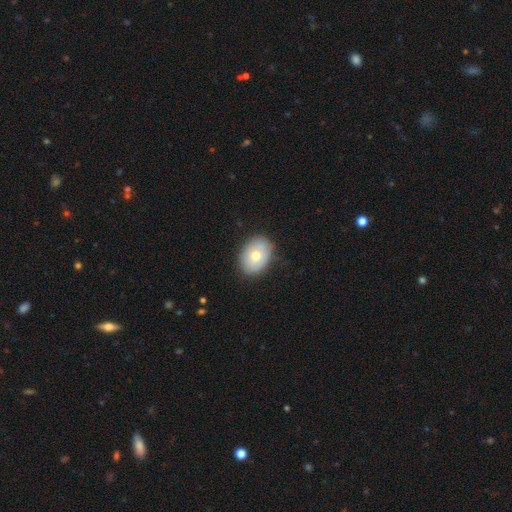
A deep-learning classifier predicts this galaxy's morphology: A smooth galaxy with no disk features (67%) that is in between round and cigar-shaped (70%).

Vote fractions:
- Smooth or featured? smooth: 67% / featured or disk: 26% / star or artifact: 8%
- How rounded? in between: 70% / round: 29% / cigar-shaped: 1%
- Merging? none: 81% / minor disturbance: 14% / major disturbance: 3% / merger: 1%